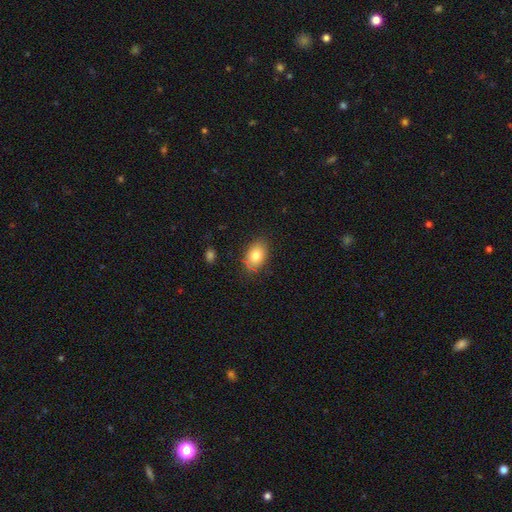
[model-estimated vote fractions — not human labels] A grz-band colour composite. It shows a smooth galaxy with no disk features (80%) that is in between round and cigar-shaped (84%). Merging: none (81%).